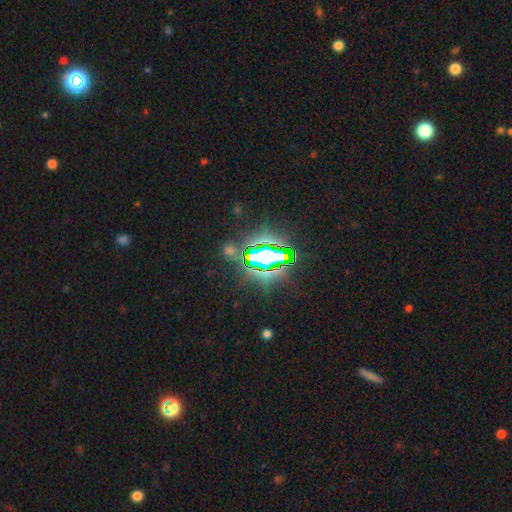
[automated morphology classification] smooth_or_featured: star or artifact (p=0.81) [alt: featured or disk p=0.10]